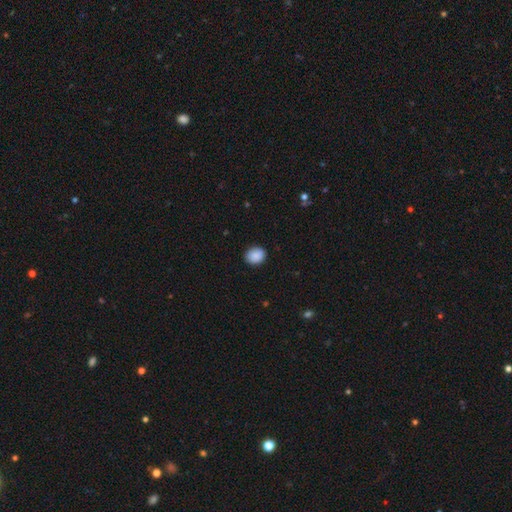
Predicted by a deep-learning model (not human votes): Smooth or featured?
  - smooth: 89% *
  - star or artifact: 8%
  - featured or disk: 3%
How rounded?
  - round: 58% *
  - in between: 41%
  - cigar-shaped: 1%
Merging?
  - none: 88% *
  - minor disturbance: 9%
  - major disturbance: 2%
  - merger: 1%